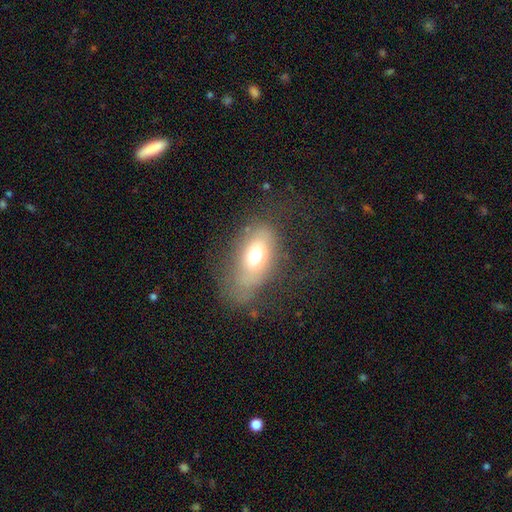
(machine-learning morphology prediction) Smooth or featured? smooth (65%)
How rounded? in between (86%)
Merging? none (50%)